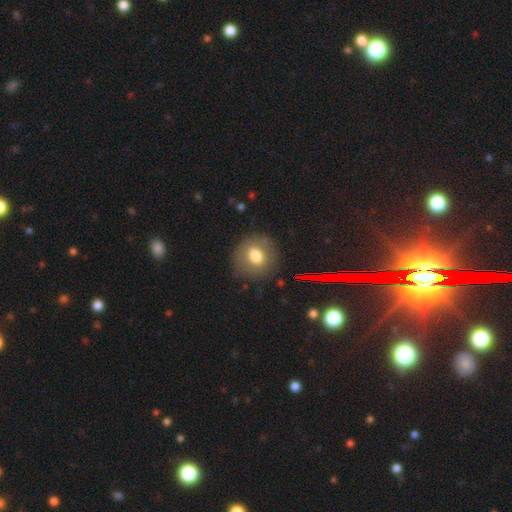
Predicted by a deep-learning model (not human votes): A smooth galaxy with no disk features (72%) that is round (80%).

Vote fractions:
- Smooth or featured? smooth: 72% / featured or disk: 17% / star or artifact: 11%
- How rounded? round: 80% / in between: 19% / cigar-shaped: 1%
- Merging? none: 82% / minor disturbance: 12% / major disturbance: 5% / merger: 2%